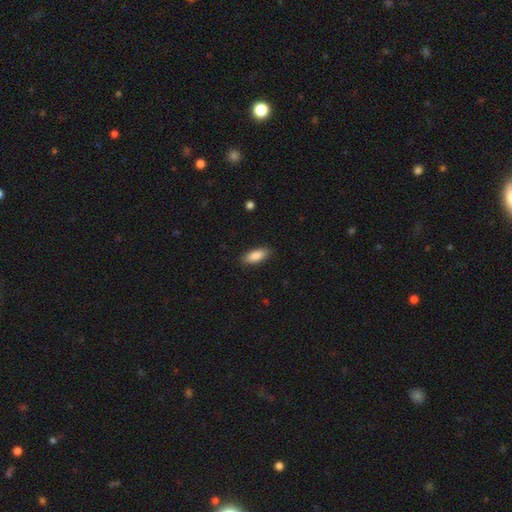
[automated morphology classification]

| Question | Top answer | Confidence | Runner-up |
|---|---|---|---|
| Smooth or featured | smooth | 87% | featured or disk (6%) |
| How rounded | in between | 81% | cigar-shaped (17%) |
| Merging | none | 87% | minor disturbance (10%) |